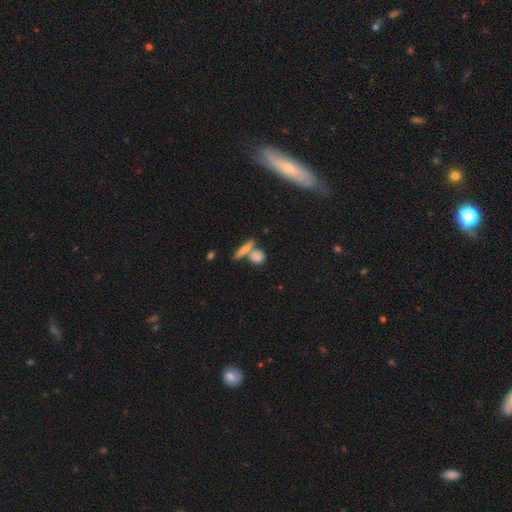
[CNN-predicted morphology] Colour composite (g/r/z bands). It shows a smooth galaxy with no disk features (69%) that is round (46%). Merging: none (53%).